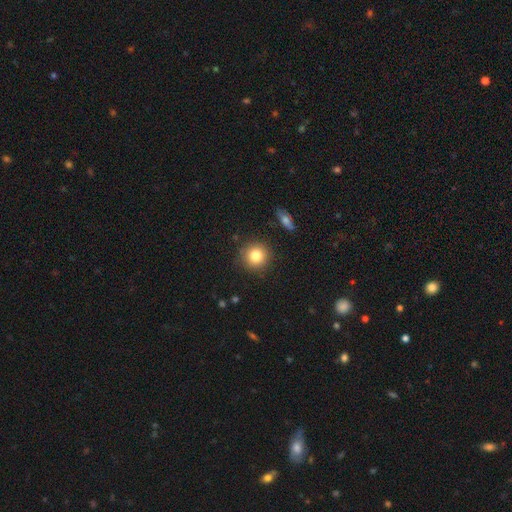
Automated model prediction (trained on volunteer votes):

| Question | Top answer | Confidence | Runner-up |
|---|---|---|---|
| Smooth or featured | smooth | 83% | star or artifact (10%) |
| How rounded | round | 92% | in between (7%) |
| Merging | none | 88% | minor disturbance (8%) |